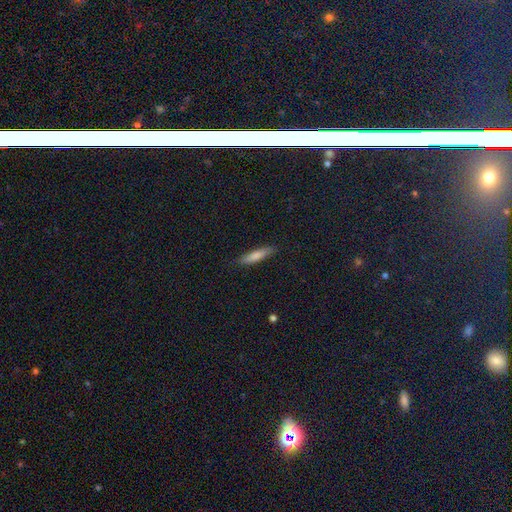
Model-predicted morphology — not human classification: Smooth or featured: smooth — 77% (featured or disk — 17%)
How rounded: cigar-shaped — 82% (in between — 16%)
Merging: none — 88% (minor disturbance — 9%)